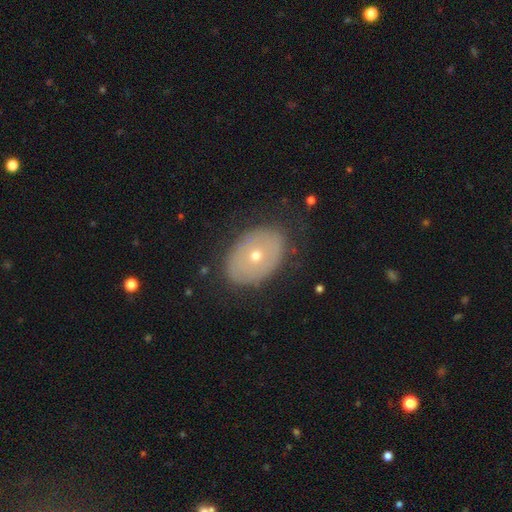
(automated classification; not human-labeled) Q: Smooth or featured?
A: smooth (51%); runner-up: featured or disk (41%)
Q: How rounded?
A: in between (75%); runner-up: round (24%)
Q: Merging?
A: none (79%); runner-up: minor disturbance (14%)